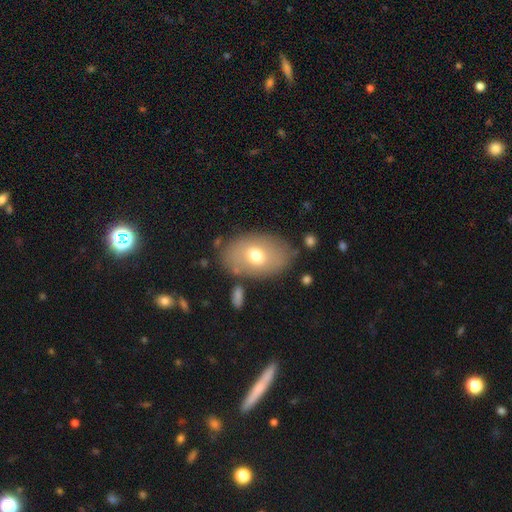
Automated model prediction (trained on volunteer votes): The model was most divided on "smooth or featured": smooth: 65%, featured or disk: 27%, star or artifact: 8%. More confident: how rounded — in between (85%); merging — none (78%).